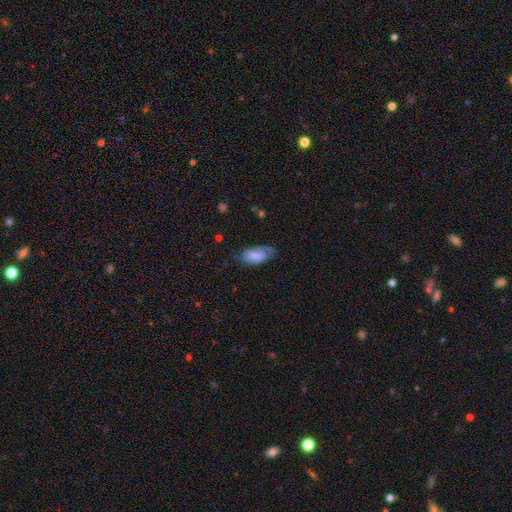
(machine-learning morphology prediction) Overall: smooth (71%). How rounded: in between (91%). Merging: none (52%; minor disturbance 33%).